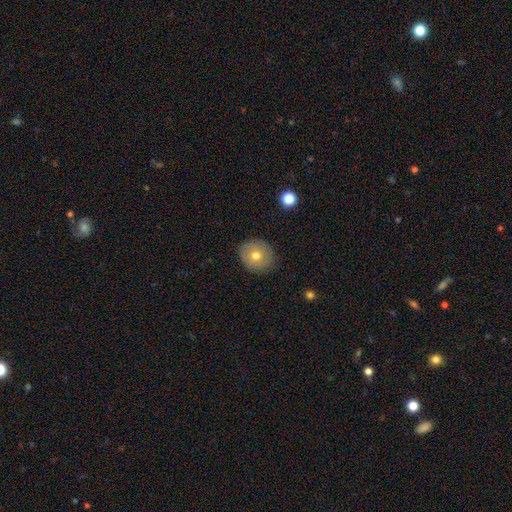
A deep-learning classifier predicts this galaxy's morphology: This is likely a smooth galaxy (68%). How rounded: clearly round (82%). Merging: clearly none (84%).